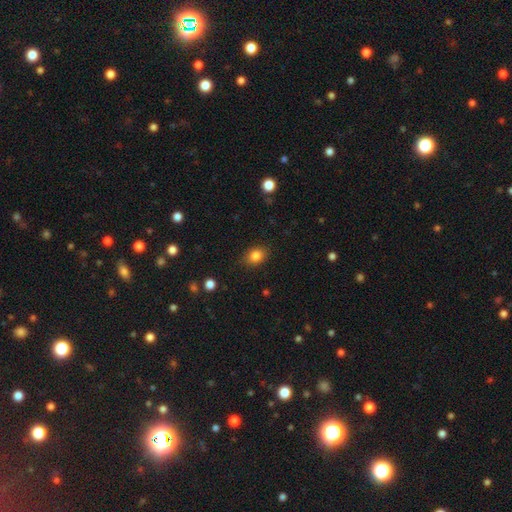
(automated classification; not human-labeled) Smooth or featured?
  - smooth: 84% *
  - star or artifact: 10%
  - featured or disk: 6%
How rounded?
  - in between: 57% *
  - round: 41%
  - cigar-shaped: 1%
Merging?
  - none: 83% *
  - minor disturbance: 13%
  - major disturbance: 3%
  - merger: 1%